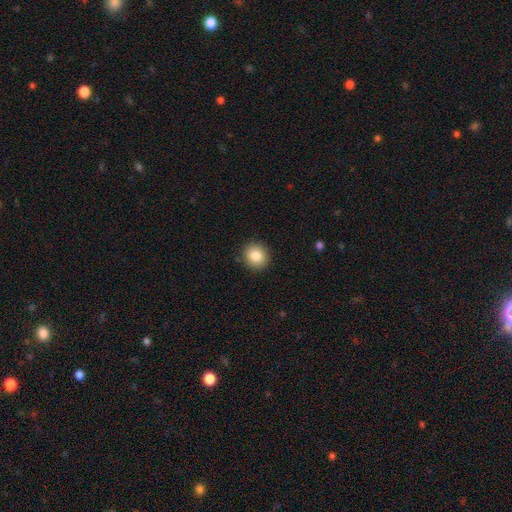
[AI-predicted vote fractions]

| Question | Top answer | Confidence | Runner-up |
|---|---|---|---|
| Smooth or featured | smooth | 84% | star or artifact (9%) |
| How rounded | round | 84% | in between (15%) |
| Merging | none | 90% | minor disturbance (7%) |